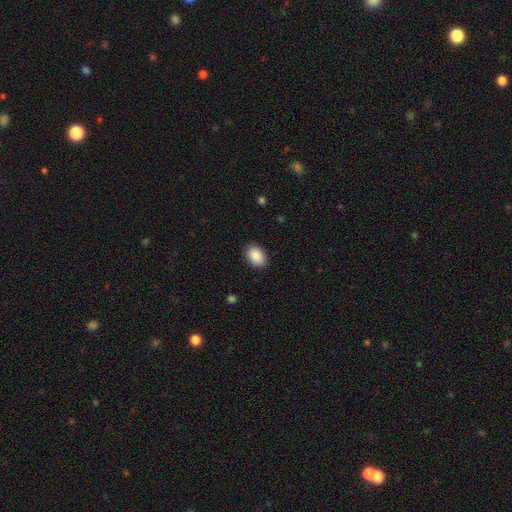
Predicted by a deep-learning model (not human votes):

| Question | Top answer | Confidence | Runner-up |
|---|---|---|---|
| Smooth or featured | smooth | 90% | star or artifact (7%) |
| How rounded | in between | 84% | round (15%) |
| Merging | none | 88% | minor disturbance (9%) |